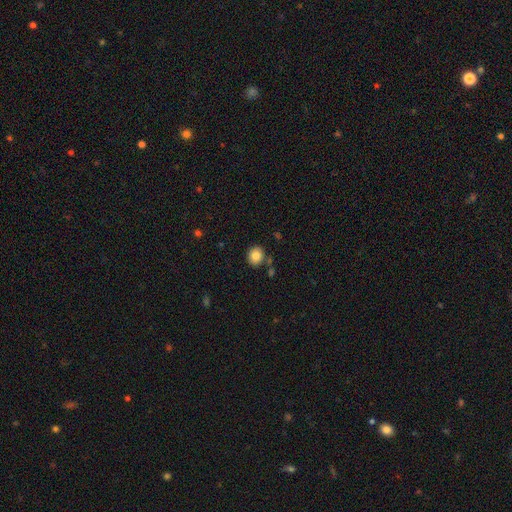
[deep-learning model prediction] Overall: smooth (84%). How rounded: round (75%). Merging: none (82%).